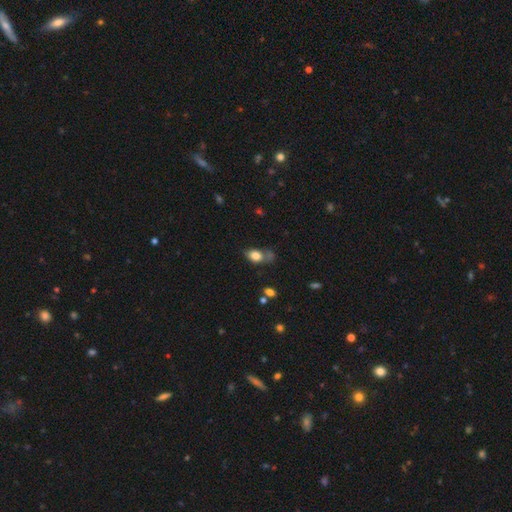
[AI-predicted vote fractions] Smooth or featured: smooth — 80% (featured or disk — 10%)
How rounded: in between — 81% (round — 16%)
Merging: none — 49% (minor disturbance — 25%)